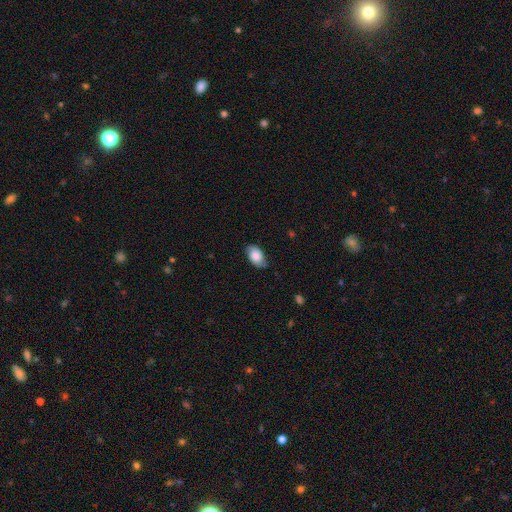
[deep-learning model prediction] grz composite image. It shows a smooth galaxy with no disk features (57%) that is in between round and cigar-shaped (89%). Merging: none (75%).